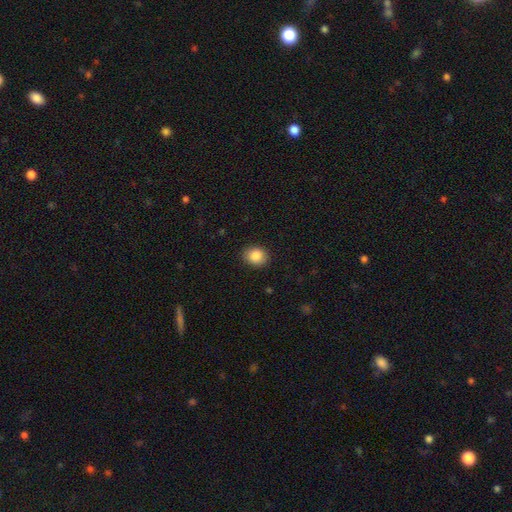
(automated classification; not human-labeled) The model was most divided on "how rounded": round: 60%, in between: 39%, cigar-shaped: 1%. More confident: merging — none (88%); smooth or featured — smooth (87%).